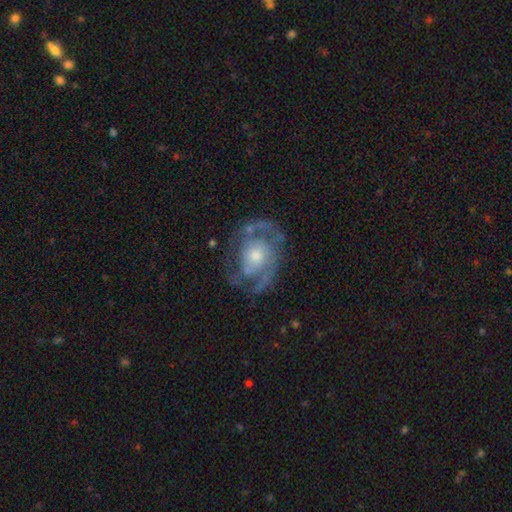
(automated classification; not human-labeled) A featured or disk galaxy (83%) with no bar (74%), 2 (61%) medium (46%) spiral arms (88%) and a moderate central bulge (57%). Merging: none (66%).